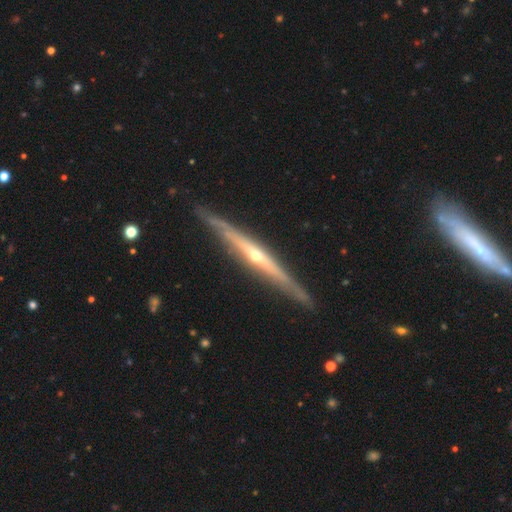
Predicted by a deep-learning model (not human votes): smooth_or_featured: featured or disk (p=0.84) [alt: smooth p=0.11]
disk_edge_on: yes (p=0.97) [alt: no p=0.03]
edge_on_bulge: rounded (p=0.80) [alt: none p=0.17]
merging: none (p=0.87) [alt: minor disturbance p=0.10]